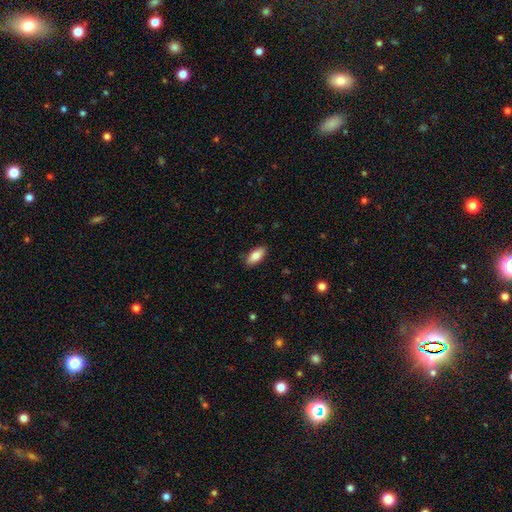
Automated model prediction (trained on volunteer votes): smooth 83%, featured or disk 11%, star or artifact 7%. Down the decision tree: how rounded — in between (87%); merging — none (87%).